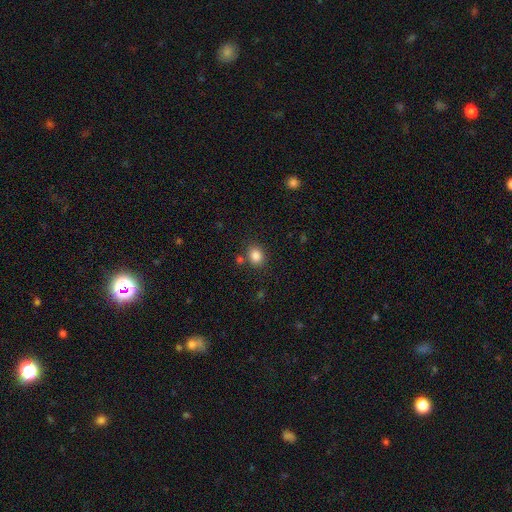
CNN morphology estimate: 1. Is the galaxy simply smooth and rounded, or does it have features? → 84% smooth, 11% star or artifact, 5% featured or disk.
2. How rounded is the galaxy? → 57% round, 42% in between, 1% cigar-shaped.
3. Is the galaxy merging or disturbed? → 79% none, 10% minor disturbance, 8% merger, 3% major disturbance.